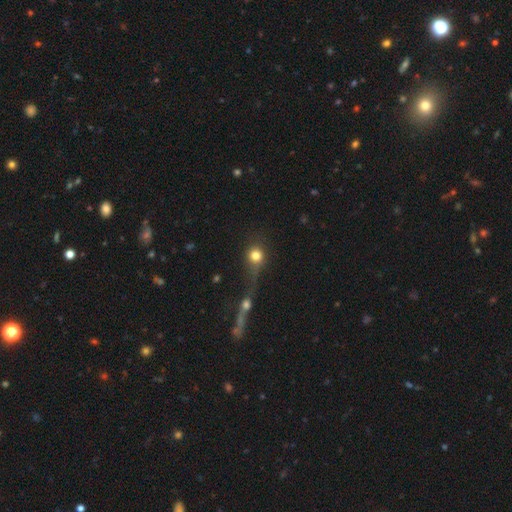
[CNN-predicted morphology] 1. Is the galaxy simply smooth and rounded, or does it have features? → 77% smooth, 12% star or artifact, 11% featured or disk.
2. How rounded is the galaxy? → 85% round, 13% in between, 2% cigar-shaped.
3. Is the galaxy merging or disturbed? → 38% merger, 37% none, 14% major disturbance, 11% minor disturbance.